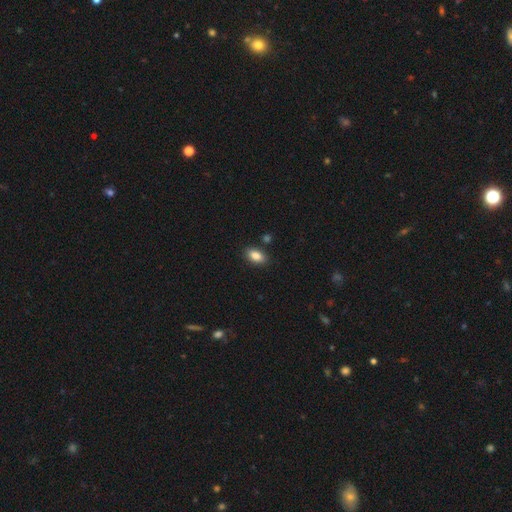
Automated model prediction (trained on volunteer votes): Overall: smooth (86%). How rounded: in between (90%). Merging: none (85%).